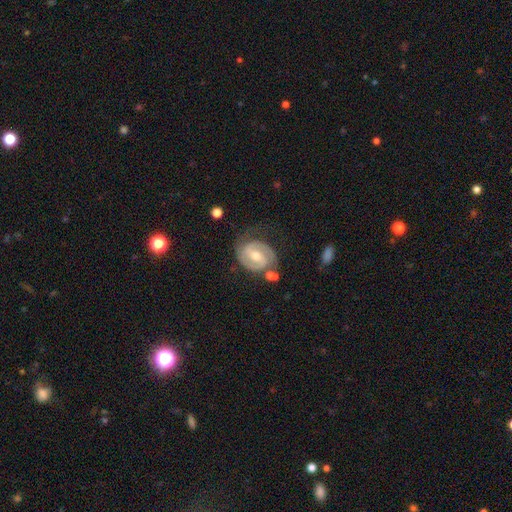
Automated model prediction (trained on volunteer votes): Smooth or featured: featured or disk — 82% (smooth — 13%)
Edge-on disk: no — 97% (yes — 3%)
Bar: weak — 48% (strong — 35%)
Spiral arms: yes — 94% (no — 6%)
Spiral winding: medium — 45% (tight — 43%)
Spiral arm count: 2 — 87% (can't tell — 6%)
Bulge size: moderate — 65% (small — 28%)
Merging: none — 65% (minor disturbance — 20%)